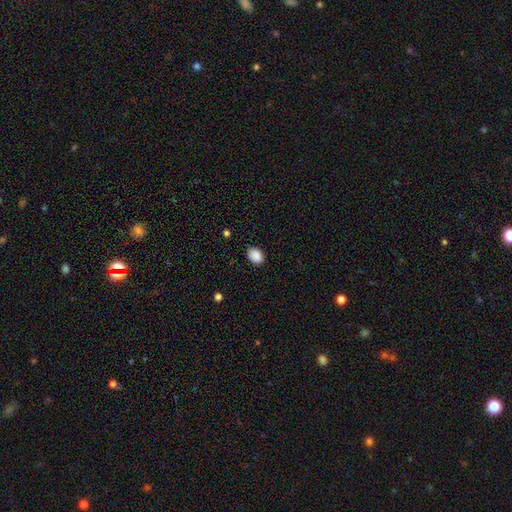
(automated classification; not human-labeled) A smooth galaxy with no disk features (89%) that is in between round and cigar-shaped (66%). Merging: none (86%).